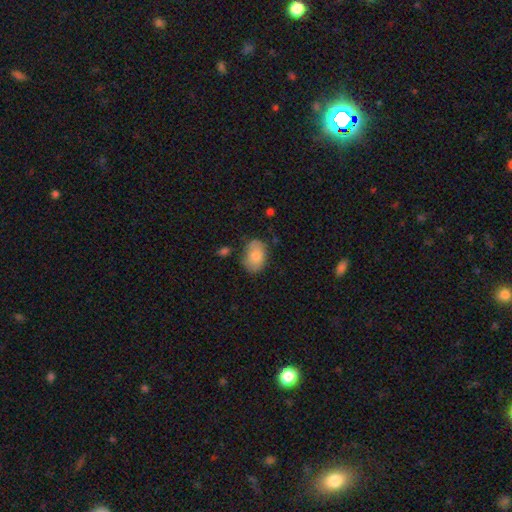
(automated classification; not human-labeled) smooth-or-featured: smooth: 76% | featured or disk: 17% | star or artifact: 7%
  how-rounded: in between: 82% | round: 17% | cigar-shaped: 1%
  merging: none: 71% | minor disturbance: 21% | major disturbance: 5% | merger: 3%